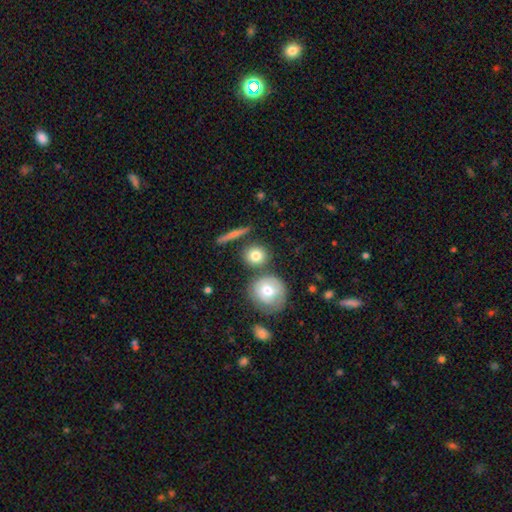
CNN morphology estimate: The model was most divided on "merging": none: 71%, merger: 16%, minor disturbance: 9%, major disturbance: 3%. More confident: how rounded — round (86%); smooth or featured — smooth (78%).